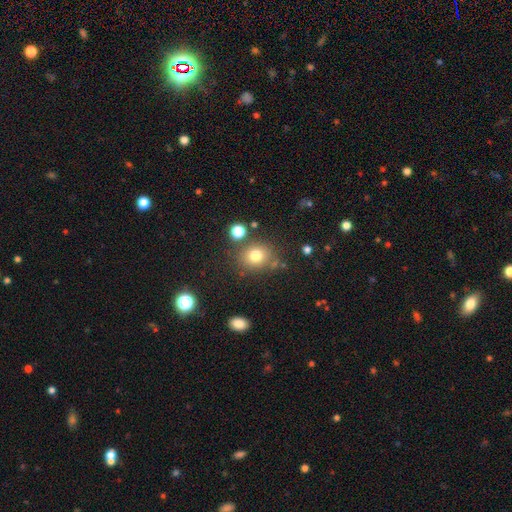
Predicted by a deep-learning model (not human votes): This is likely a smooth galaxy (76%). How rounded: likely round (73%). Merging: likely none (76%).